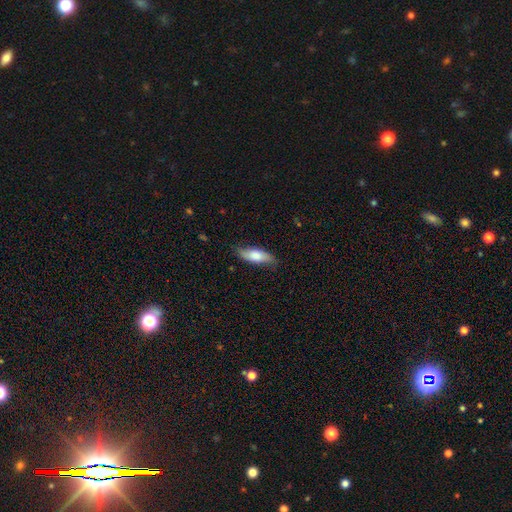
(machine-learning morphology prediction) smooth_or_featured: smooth (p=0.69) [alt: featured or disk p=0.25]
how_rounded: in between (p=0.69) [alt: cigar-shaped p=0.28]
merging: none (p=0.75) [alt: minor disturbance p=0.20]